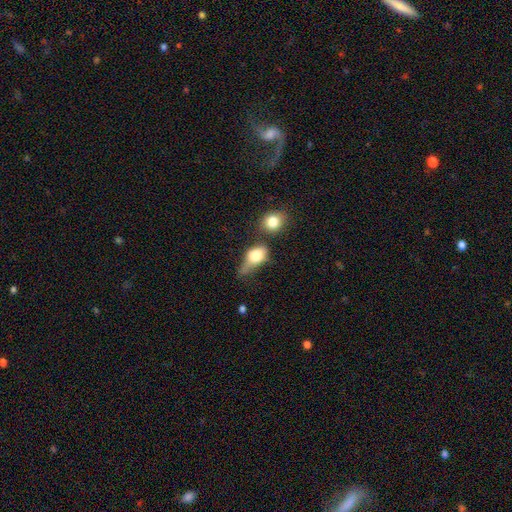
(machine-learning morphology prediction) Smooth or featured? Predicted: smooth (p=0.72). How rounded? Predicted: in between (p=0.64). Merging? Predicted: minor disturbance (p=0.27).